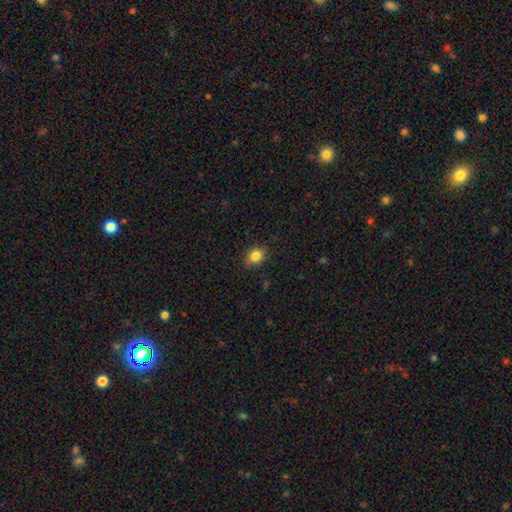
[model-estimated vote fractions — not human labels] This appears to be a smooth galaxy with no disk features (84%) that is round (54%). Merging: none (84%).